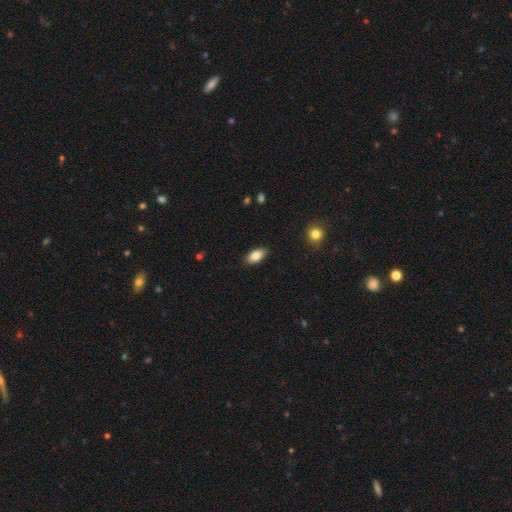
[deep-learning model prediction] smooth 83%, featured or disk 10%, star or artifact 7%. Down the decision tree: how rounded — in between (92%); merging — none (88%).